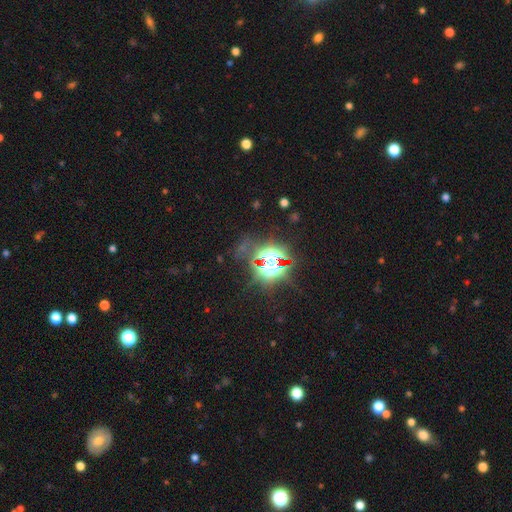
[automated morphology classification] Smooth or featured?
  - star or artifact: 82% *
  - smooth: 11%
  - featured or disk: 7%